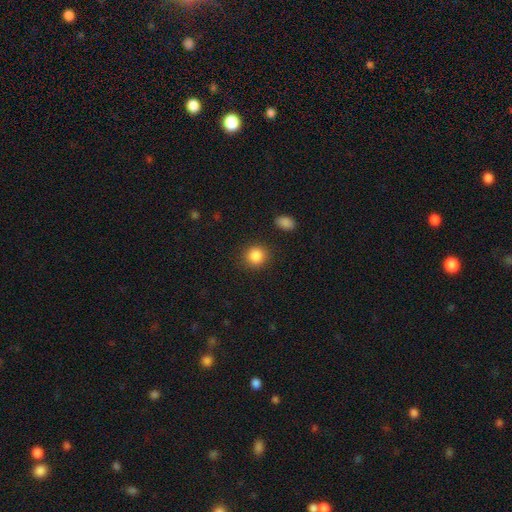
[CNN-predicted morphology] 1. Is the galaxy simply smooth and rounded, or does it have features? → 87% smooth, 9% star or artifact, 4% featured or disk.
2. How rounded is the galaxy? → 88% round, 11% in between, 1% cigar-shaped.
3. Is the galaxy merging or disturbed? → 89% none, 7% minor disturbance, 3% major disturbance, 2% merger.